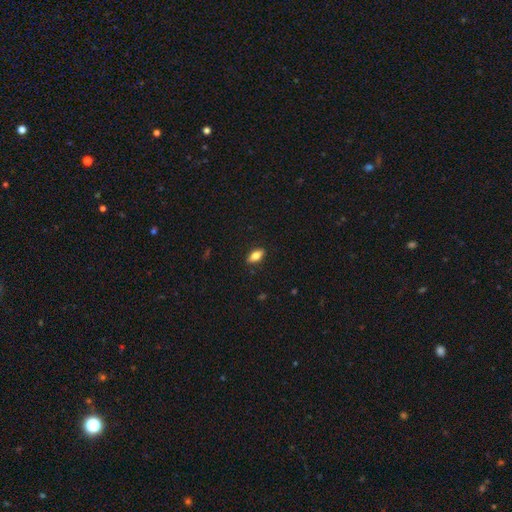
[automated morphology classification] A smooth galaxy with no disk features (74%) that is in between round and cigar-shaped (84%).

Vote fractions:
- Smooth or featured? smooth: 74% / featured or disk: 18% / star or artifact: 8%
- How rounded? in between: 84% / cigar-shaped: 12% / round: 4%
- Merging? none: 89% / minor disturbance: 8% / major disturbance: 2% / merger: 1%